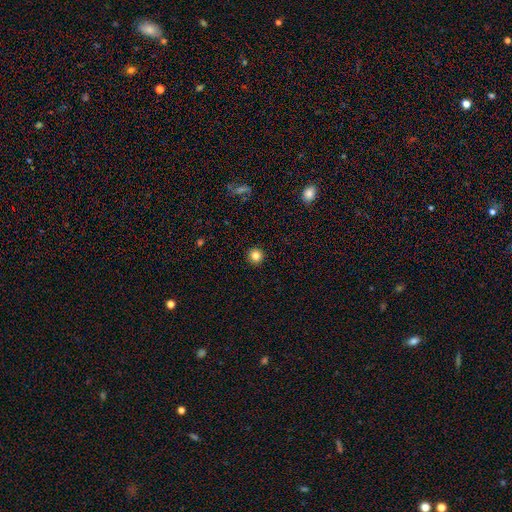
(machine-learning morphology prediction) Smooth or featured: smooth — 83% (star or artifact — 12%)
How rounded: round — 95% (in between — 4%)
Merging: none — 93% (minor disturbance — 4%)